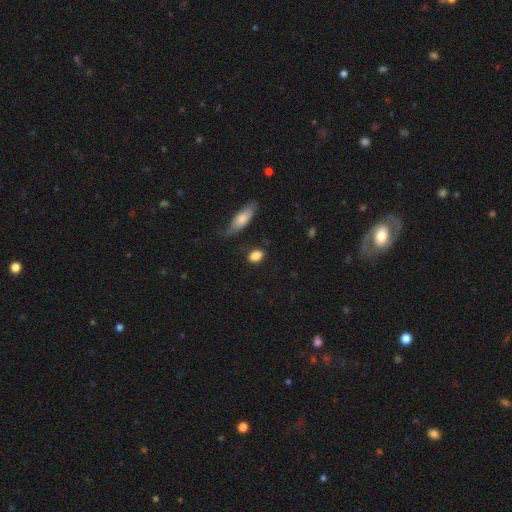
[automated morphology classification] smooth 85%, star or artifact 8%, featured or disk 6%. Down the decision tree: how rounded — in between (73%); merging — none (78%).